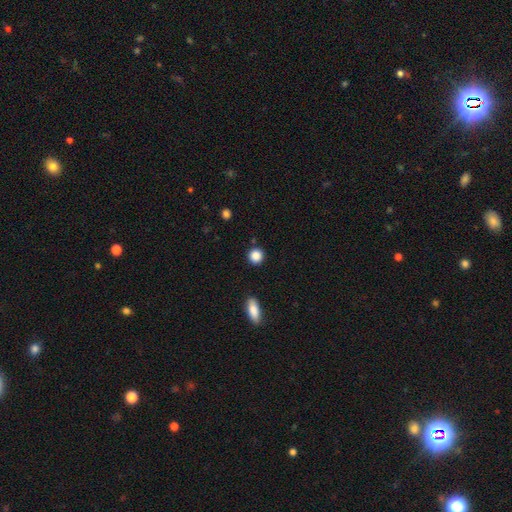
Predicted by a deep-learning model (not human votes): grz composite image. It shows a smooth galaxy with no disk features (87%) that is round (91%). Merging: none (89%).